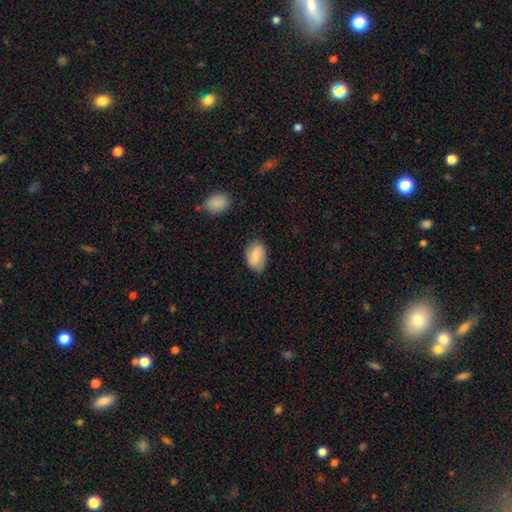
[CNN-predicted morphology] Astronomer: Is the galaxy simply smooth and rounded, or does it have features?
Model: smooth — 75%.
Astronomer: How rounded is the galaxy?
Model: in between — 88%.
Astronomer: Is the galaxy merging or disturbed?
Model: none — 73%.